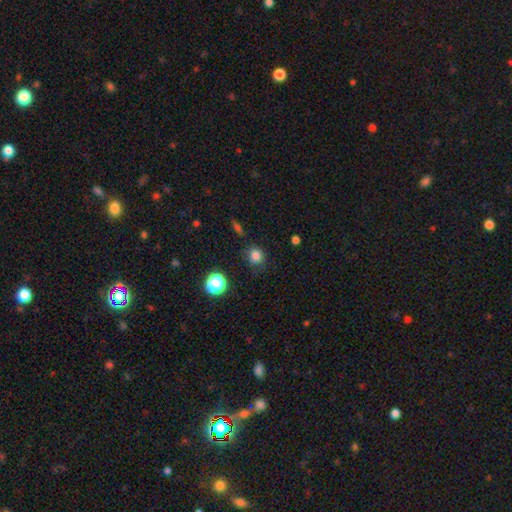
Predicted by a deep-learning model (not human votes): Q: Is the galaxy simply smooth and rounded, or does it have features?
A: smooth — 81%.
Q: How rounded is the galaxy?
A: round — 84%.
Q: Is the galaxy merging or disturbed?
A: none — 78%.